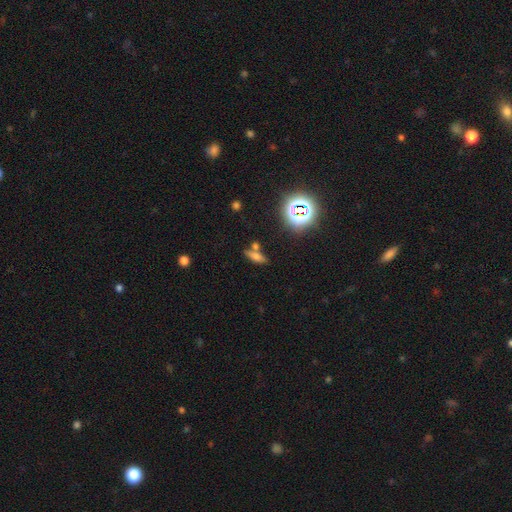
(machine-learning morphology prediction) Overall: smooth (56%; featured or disk 22%). How rounded: in between (47%; cigar-shaped 44%). Merging: none (61%; merger 21%).